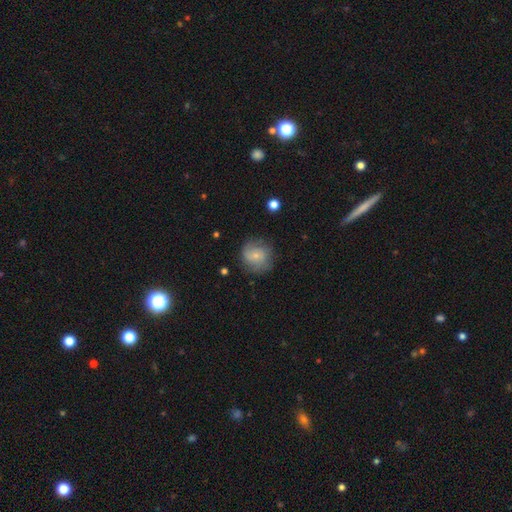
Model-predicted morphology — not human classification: smooth 50%, featured or disk 42%, star or artifact 8%. Down the decision tree: merging — none (71%).